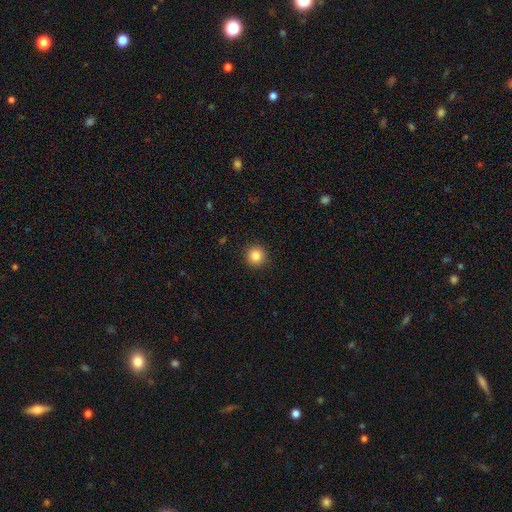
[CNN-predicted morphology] Q: Smooth or featured?
A: smooth (85%); runner-up: star or artifact (10%)
Q: How rounded?
A: round (95%); runner-up: in between (4%)
Q: Merging?
A: none (92%); runner-up: minor disturbance (5%)